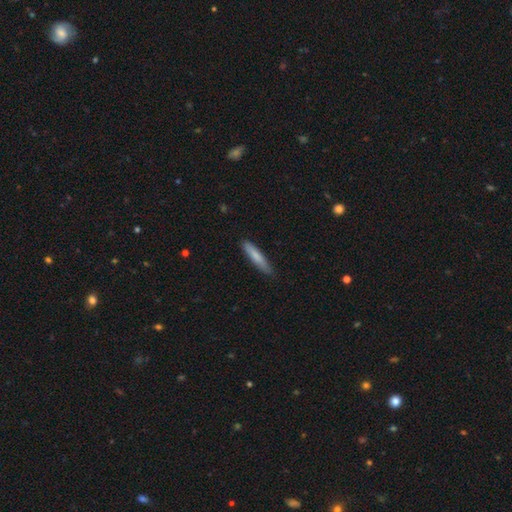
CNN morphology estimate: smooth 80%, featured or disk 15%, star or artifact 6%. Down the decision tree: how rounded — cigar-shaped (88%); merging — none (85%).